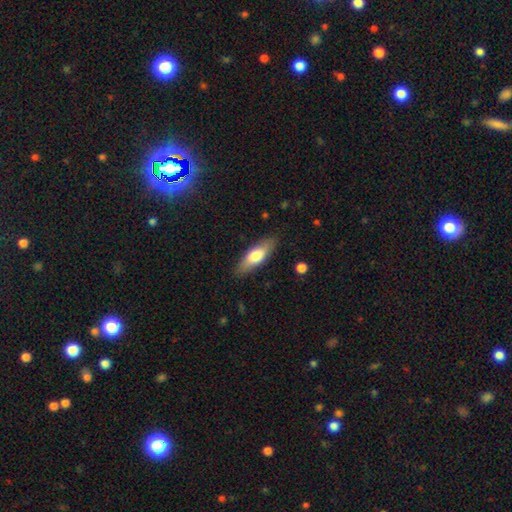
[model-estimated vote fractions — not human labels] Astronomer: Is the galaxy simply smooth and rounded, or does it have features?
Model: smooth — 67%.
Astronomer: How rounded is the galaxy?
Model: in between — 58% (runner-up: cigar-shaped, 40%).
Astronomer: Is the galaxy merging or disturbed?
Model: none — 85%.